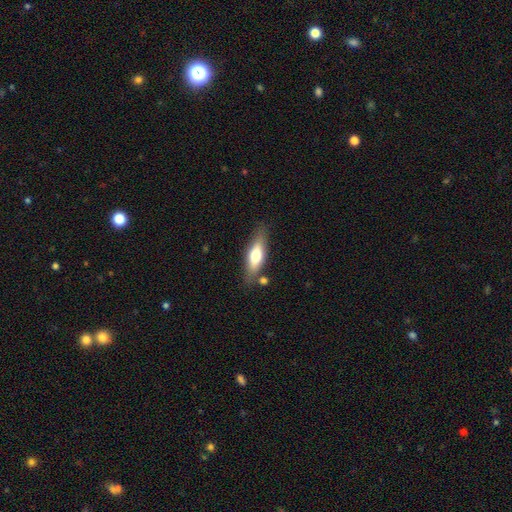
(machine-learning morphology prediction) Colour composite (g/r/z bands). It shows a smooth galaxy with no disk features (56%) that is in between round and cigar-shaped (50%). Merging: none (76%).